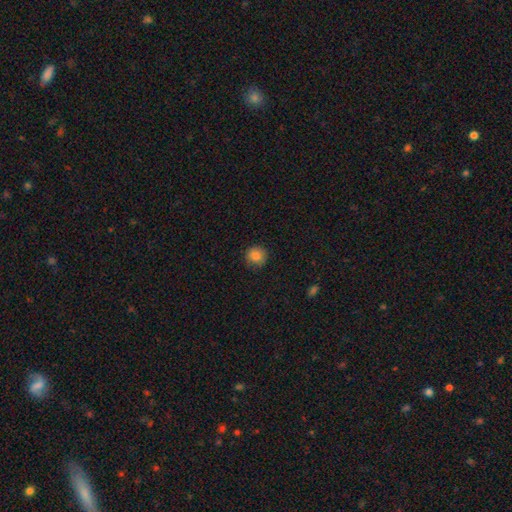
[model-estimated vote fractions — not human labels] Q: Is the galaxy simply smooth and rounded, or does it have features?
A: smooth — 83%.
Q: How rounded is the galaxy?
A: round — 92%.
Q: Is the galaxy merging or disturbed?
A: none — 87%.